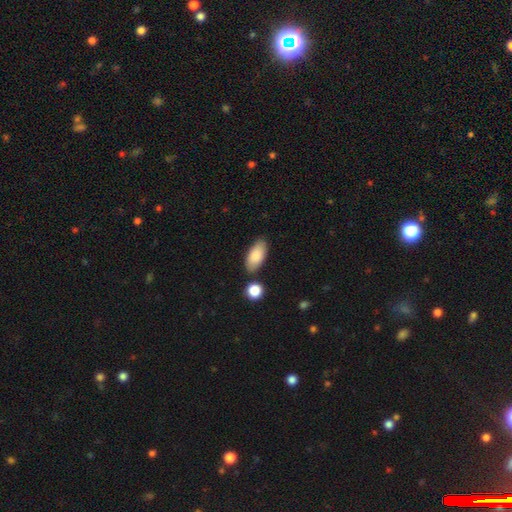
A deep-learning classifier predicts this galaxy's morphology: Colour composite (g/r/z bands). It shows a smooth galaxy with no disk features (86%) that is in between round and cigar-shaped (91%). Merging: none (78%).